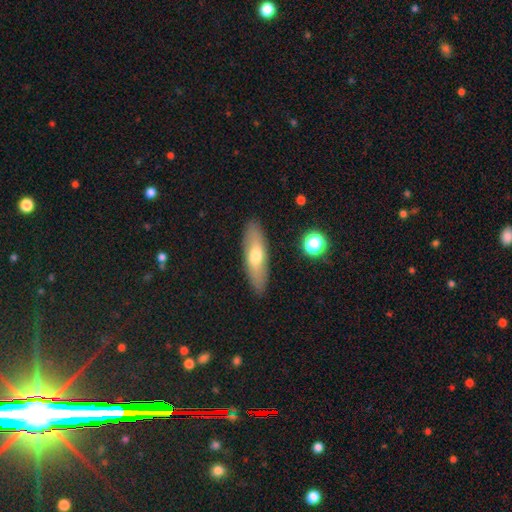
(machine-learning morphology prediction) A smooth galaxy with no disk features (60%) that is cigar-shaped (49%).

Vote fractions:
- Smooth or featured? smooth: 60% / featured or disk: 33% / star or artifact: 6%
- How rounded? cigar-shaped: 49% / in between: 48% / round: 3%
- Merging? none: 87% / minor disturbance: 9% / major disturbance: 2% / merger: 1%